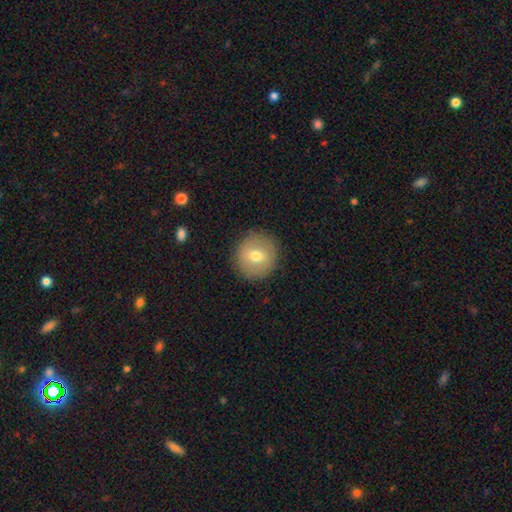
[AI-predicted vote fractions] smooth 66%, featured or disk 25%, star or artifact 9%. Down the decision tree: how rounded — round (91%); merging — none (88%).